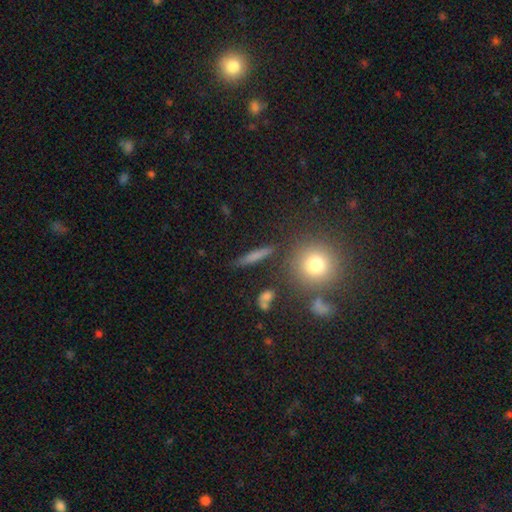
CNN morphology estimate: Q: Smooth or featured?
A: smooth (68%); runner-up: featured or disk (21%)
Q: How rounded?
A: cigar-shaped (83%); runner-up: in between (10%)
Q: Merging?
A: none (84%); runner-up: minor disturbance (9%)